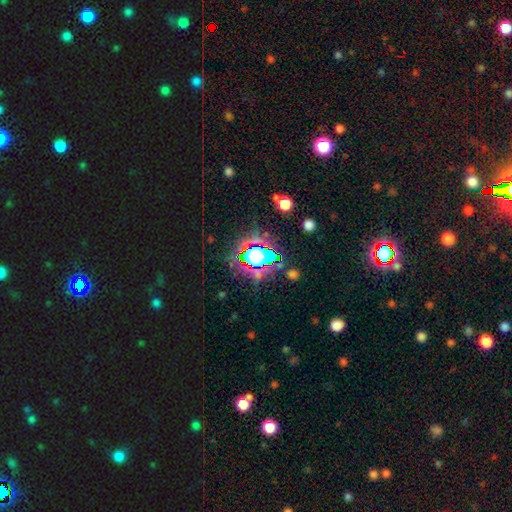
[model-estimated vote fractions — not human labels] This is possibly a star or artifact rather than a galaxy (56%).